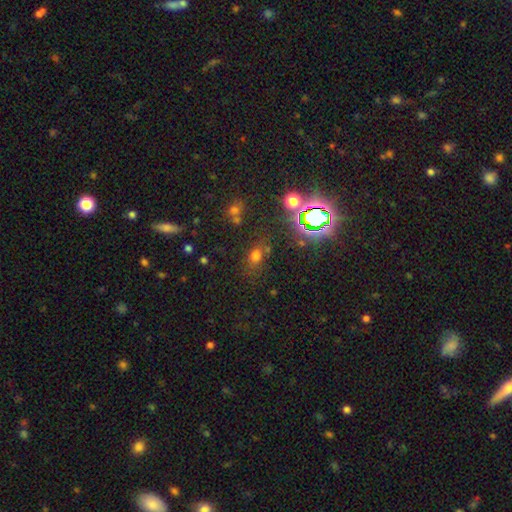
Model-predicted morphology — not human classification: This appears to be a smooth galaxy with no disk features (56%) that is in between round and cigar-shaped (58%). Merging: none (68%).